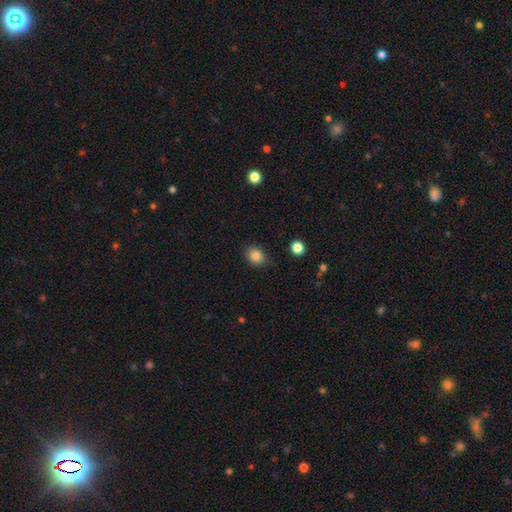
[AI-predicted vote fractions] This appears to be a smooth galaxy with no disk features (86%) that is round (60%). Merging: none (84%).